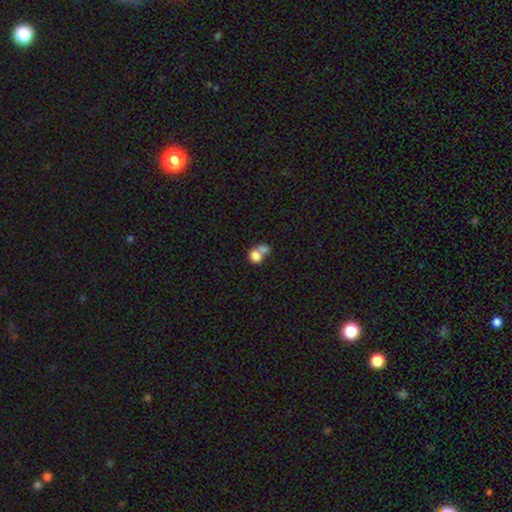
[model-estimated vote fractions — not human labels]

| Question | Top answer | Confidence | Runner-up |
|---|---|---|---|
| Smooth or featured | smooth | 78% | featured or disk (13%) |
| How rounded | round | 59% | in between (40%) |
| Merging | merger | 66% | none (21%) |